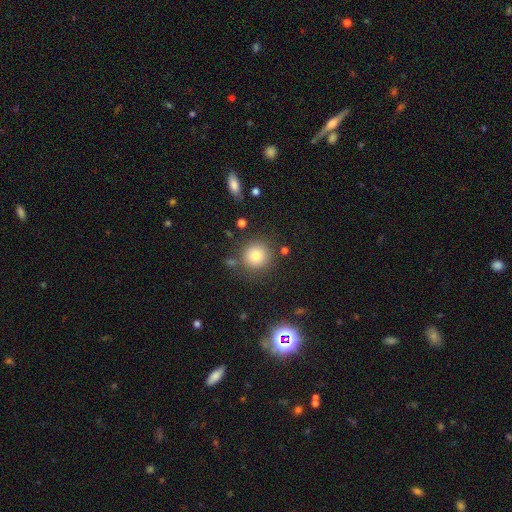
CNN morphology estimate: Smooth or featured?
  - smooth: 79% *
  - star or artifact: 12%
  - featured or disk: 9%
How rounded?
  - round: 93% *
  - in between: 6%
  - cigar-shaped: 1%
Merging?
  - none: 83% *
  - minor disturbance: 9%
  - merger: 4%
  - major disturbance: 4%